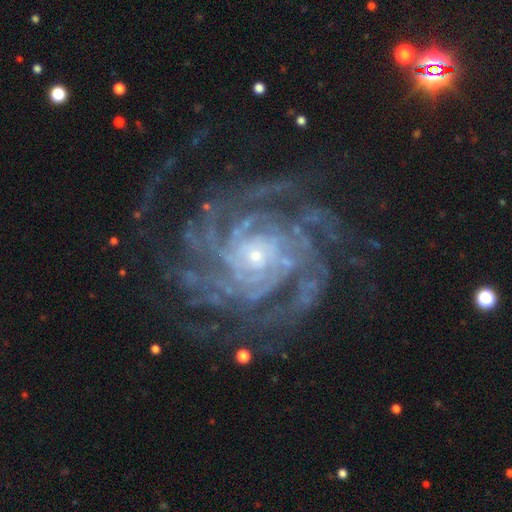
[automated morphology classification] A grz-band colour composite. It shows a featured or disk galaxy (92%) with no bar (72%), more than 4 (27%) tight (69%) spiral arms (98%) and a small central bulge (77%). Merging: none (71%).